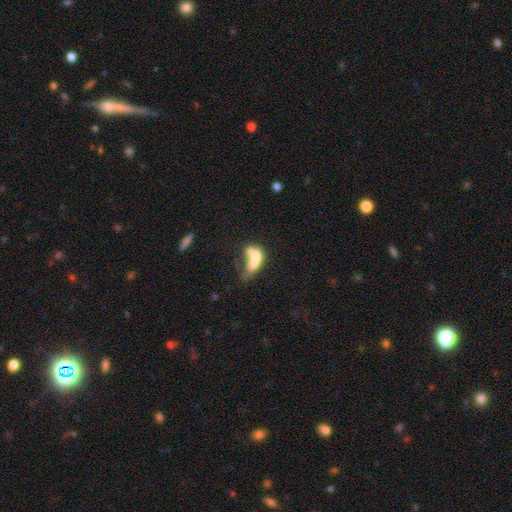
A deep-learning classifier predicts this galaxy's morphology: Smooth or featured? Predicted: smooth (p=0.58). How rounded? Predicted: in between (p=0.75). Merging? Predicted: merger (p=0.55).